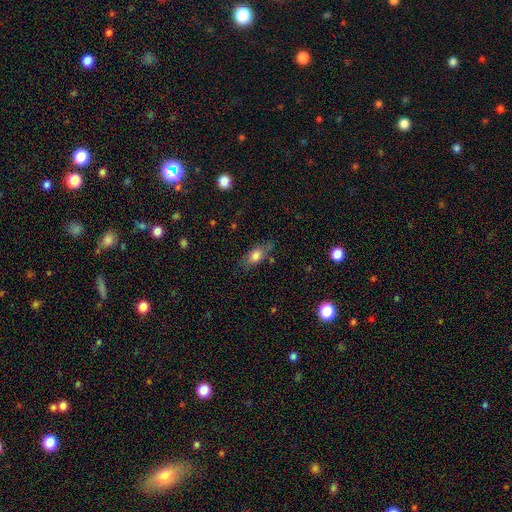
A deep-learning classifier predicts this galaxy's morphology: Q: Smooth or featured?
A: smooth (73%); runner-up: featured or disk (18%)
Q: How rounded?
A: in between (80%); runner-up: cigar-shaped (13%)
Q: Merging?
A: none (69%); runner-up: minor disturbance (21%)